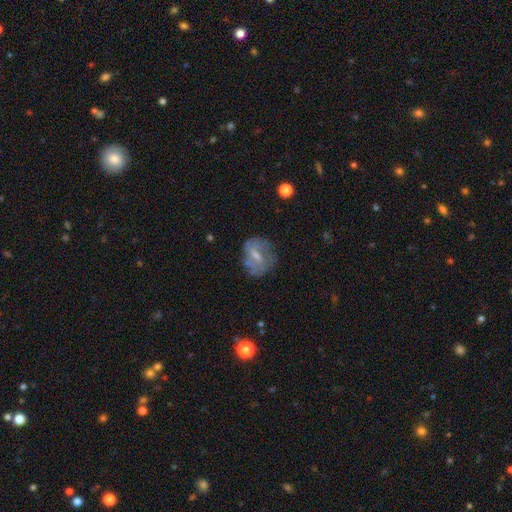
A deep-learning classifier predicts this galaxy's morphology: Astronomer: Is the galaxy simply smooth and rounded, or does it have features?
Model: featured or disk — 51% (runner-up: smooth, 39%).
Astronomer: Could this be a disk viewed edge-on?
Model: no — 96%.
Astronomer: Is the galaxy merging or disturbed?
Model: none — 57%.